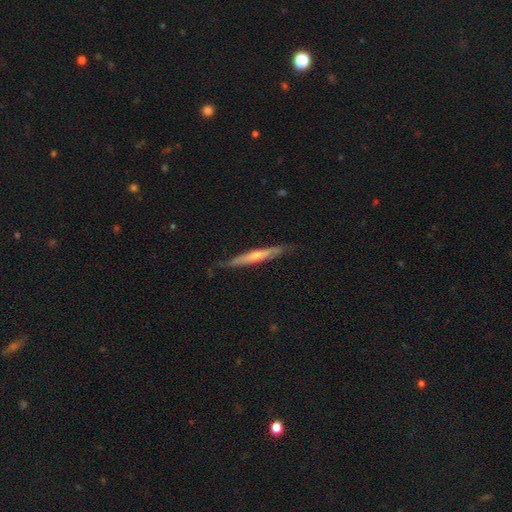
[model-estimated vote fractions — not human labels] Overall: featured or disk (61%; smooth 34%). Edge-on disk: yes (90%). Edge-on bulge: rounded (56%; none 38%). Merging: none (77%).